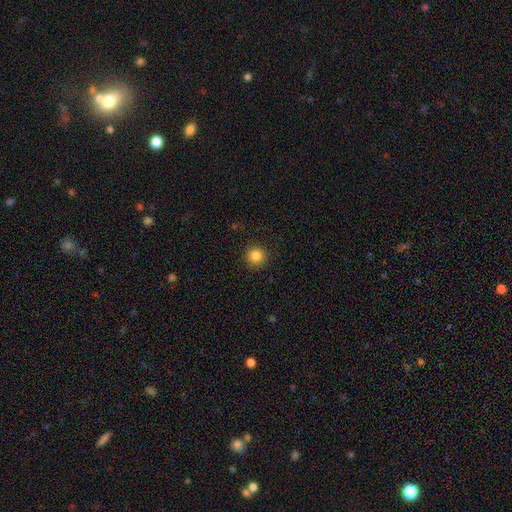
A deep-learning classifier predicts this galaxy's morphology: Smooth or featured: smooth — 85% (star or artifact — 11%)
How rounded: round — 94% (in between — 5%)
Merging: none — 91% (minor disturbance — 6%)